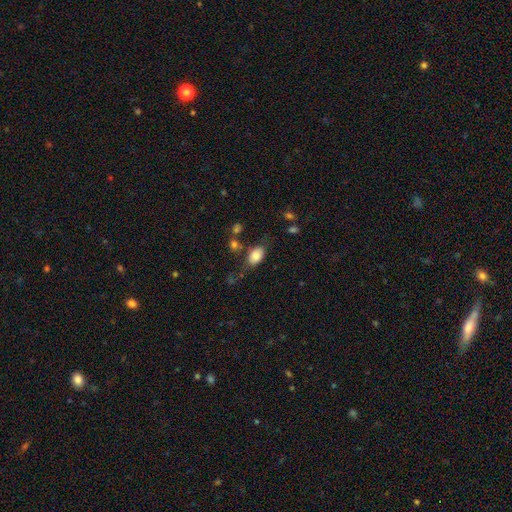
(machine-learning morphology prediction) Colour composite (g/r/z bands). It shows a smooth galaxy with no disk features (83%) that is in between round and cigar-shaped (88%). Merging: none (65%).